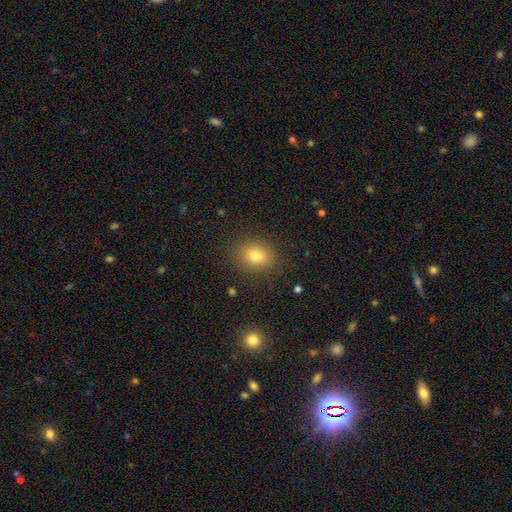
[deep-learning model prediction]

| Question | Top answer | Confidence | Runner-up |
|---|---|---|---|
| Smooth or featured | smooth | 78% | star or artifact (13%) |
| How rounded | round | 51% | in between (48%) |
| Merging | none | 87% | minor disturbance (9%) |